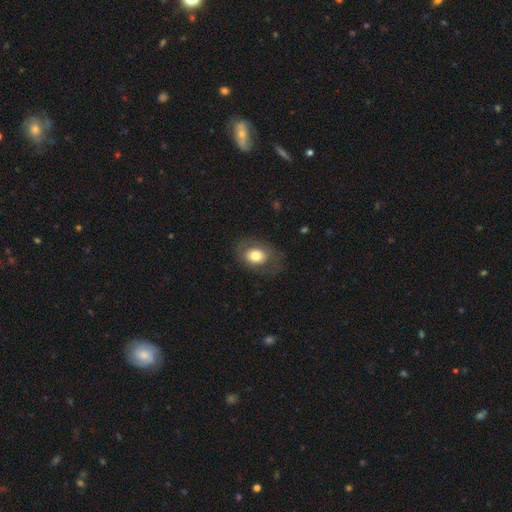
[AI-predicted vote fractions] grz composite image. It shows a smooth galaxy with no disk features (68%) that is in between round and cigar-shaped (66%). Merging: none (69%).